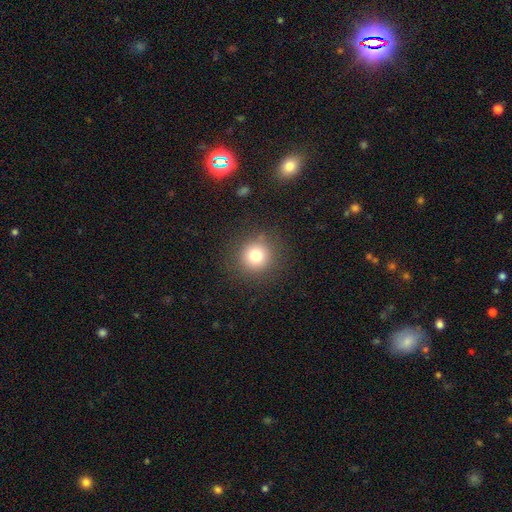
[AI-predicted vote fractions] smooth 77%, star or artifact 14%, featured or disk 9%. Down the decision tree: how rounded — round (93%); merging — none (88%).